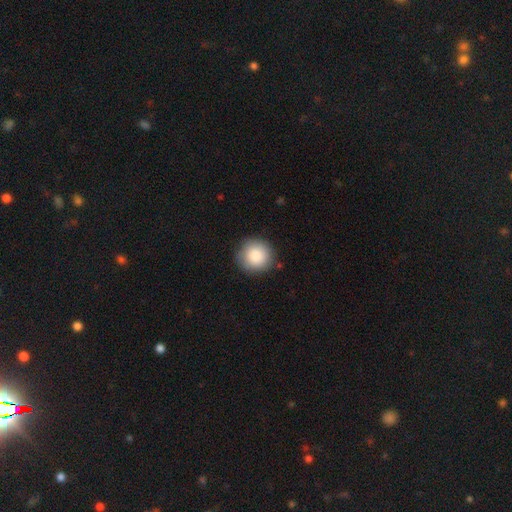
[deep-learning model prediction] Smooth or featured? Predicted: smooth (p=0.87). How rounded? Predicted: round (p=0.94). Merging? Predicted: none (p=0.88).